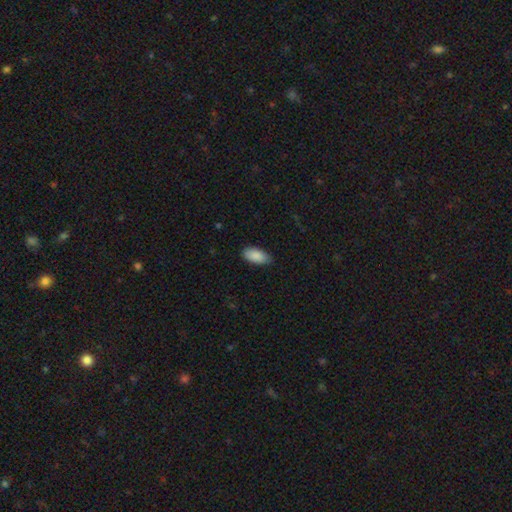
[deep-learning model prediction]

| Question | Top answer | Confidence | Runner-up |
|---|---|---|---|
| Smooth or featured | smooth | 89% | star or artifact (6%) |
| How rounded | in between | 93% | cigar-shaped (5%) |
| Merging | none | 79% | minor disturbance (17%) |